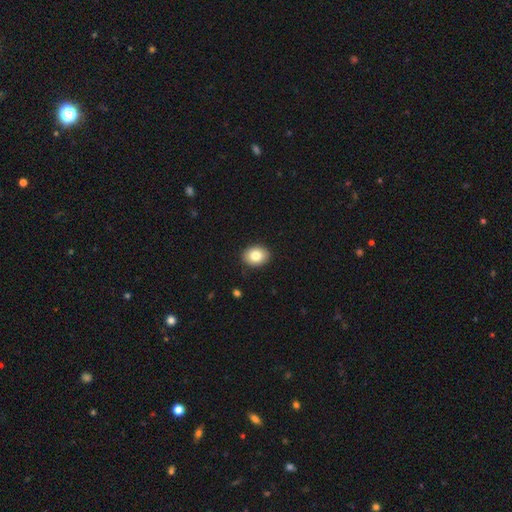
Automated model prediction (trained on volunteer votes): This is clearly a smooth galaxy (82%). How rounded: possibly in between (55%). Merging: clearly none (91%).